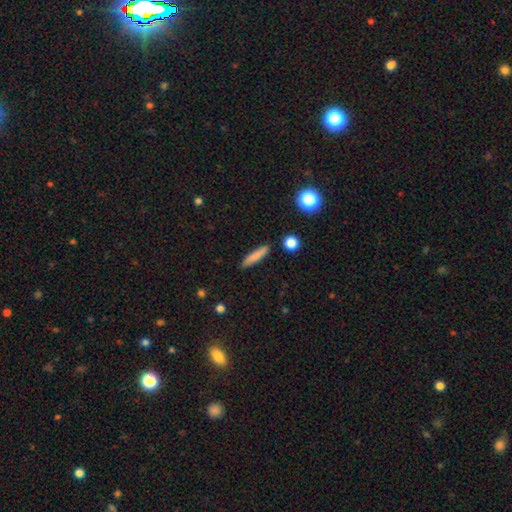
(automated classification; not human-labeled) Morphology: type=smooth (80%); roundness=cigar-shaped (88%); merging=none (87%).